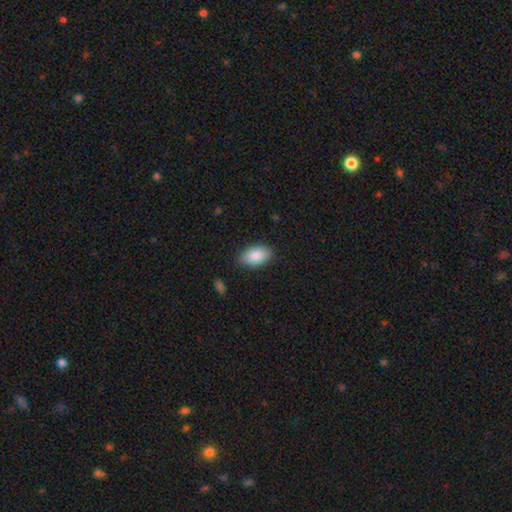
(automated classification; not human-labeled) Q: Smooth or featured?
A: smooth (86%); runner-up: featured or disk (7%)
Q: How rounded?
A: in between (92%); runner-up: round (6%)
Q: Merging?
A: none (85%); runner-up: minor disturbance (11%)